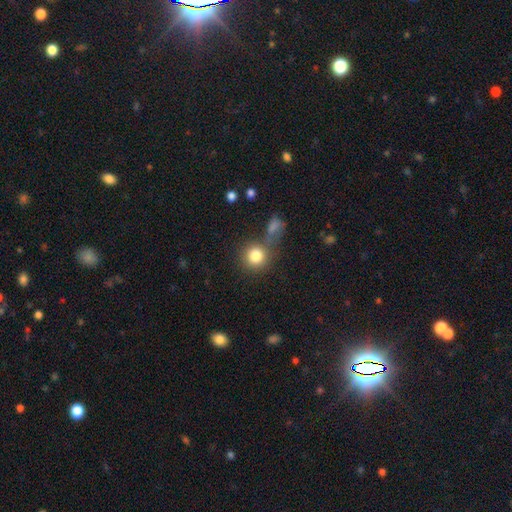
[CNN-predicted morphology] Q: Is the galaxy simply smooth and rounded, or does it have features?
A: smooth — 83%.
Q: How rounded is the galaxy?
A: round — 90%.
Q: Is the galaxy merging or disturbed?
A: none — 63%.